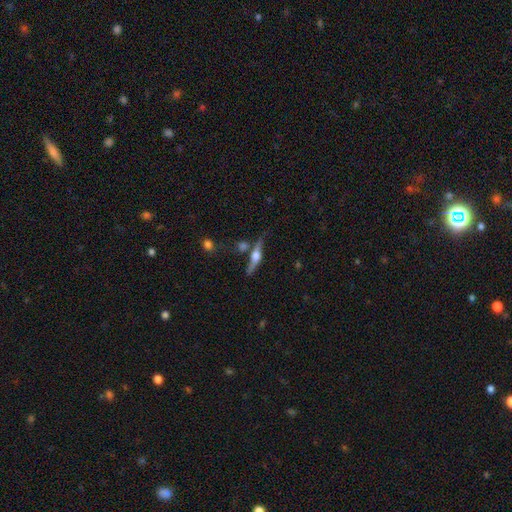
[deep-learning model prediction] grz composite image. It shows a featured or disk galaxy (72%) viewed edge-on (95%) with a rounded central bulge (92%). Merging: none (69%).